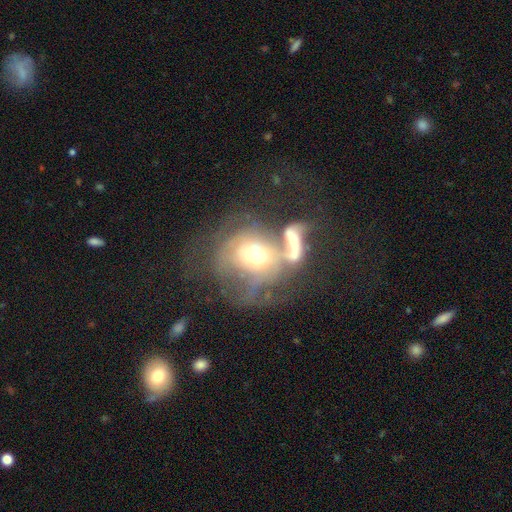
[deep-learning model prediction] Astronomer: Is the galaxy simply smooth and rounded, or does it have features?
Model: featured or disk — 57%.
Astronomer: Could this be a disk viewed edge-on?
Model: no — 94%.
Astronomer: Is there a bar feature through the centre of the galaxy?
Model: no — 71%.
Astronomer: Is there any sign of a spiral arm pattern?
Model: yes — 51% (runner-up: no, 49%).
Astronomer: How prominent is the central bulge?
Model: moderate — 61%.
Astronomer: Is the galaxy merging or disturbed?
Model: merger — 52%.